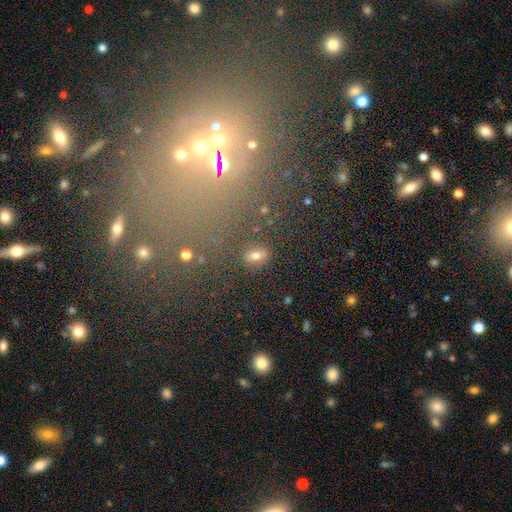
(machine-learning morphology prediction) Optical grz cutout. It shows a smooth galaxy with no disk features (59%) that is in between round and cigar-shaped (77%). Merging: none (82%).